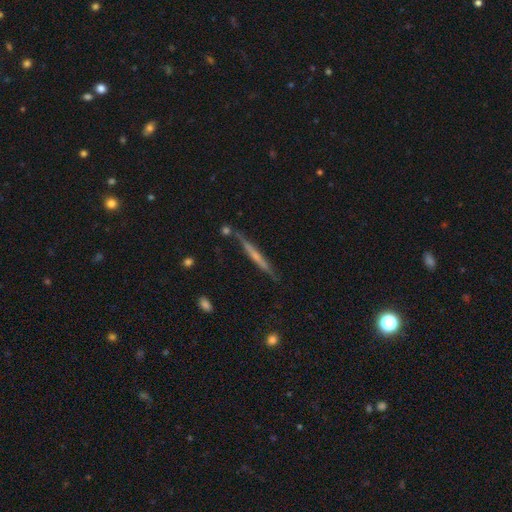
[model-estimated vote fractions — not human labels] smooth-or-featured: featured or disk: 62% | smooth: 31% | star or artifact: 7%
  disk-edge-on: yes: 96% | no: 4%
    edge-on-bulge: none: 59% | rounded: 32% | boxy: 9%
  merging: none: 80% | minor disturbance: 13% | merger: 5% | major disturbance: 3%